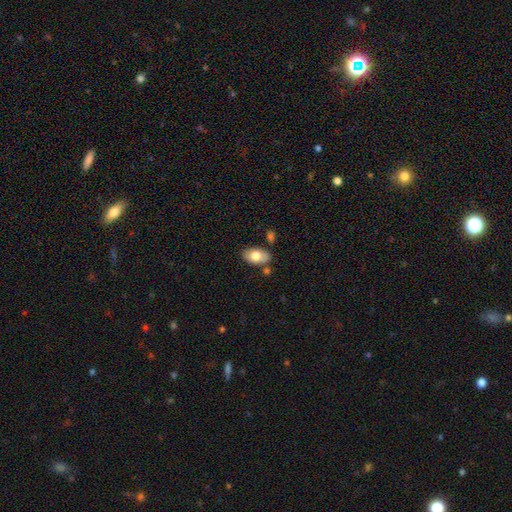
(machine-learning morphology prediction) A smooth galaxy with no disk features (75%) that is in between round and cigar-shaped (94%). Merging: none (75%).